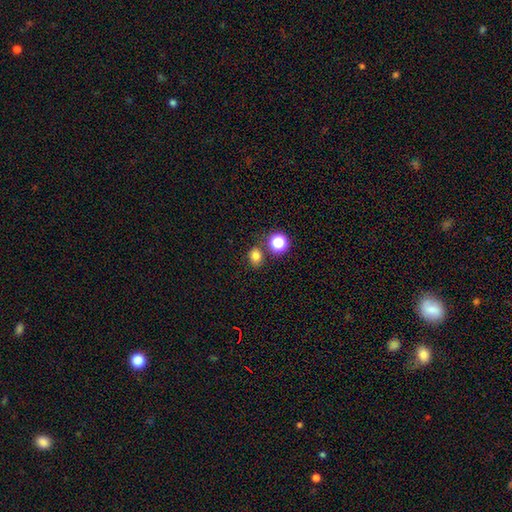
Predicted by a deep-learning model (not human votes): Smooth or featured? Predicted: smooth (p=0.78). How rounded? Predicted: round (p=0.63). Merging? Predicted: none (p=0.72).